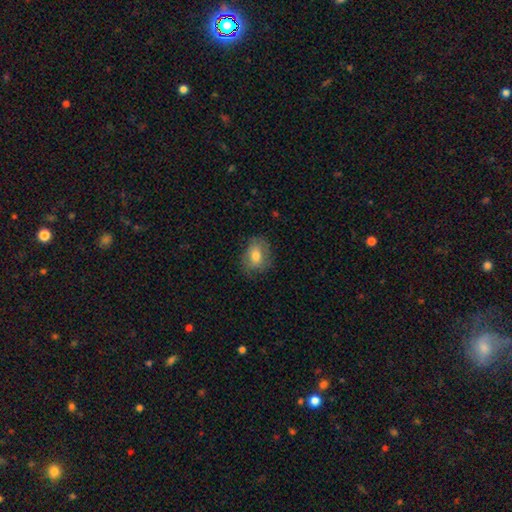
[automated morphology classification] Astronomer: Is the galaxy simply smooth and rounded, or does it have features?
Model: smooth — 70%.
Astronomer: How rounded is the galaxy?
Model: in between — 58% (runner-up: round, 41%).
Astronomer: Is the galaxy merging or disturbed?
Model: none — 71%.